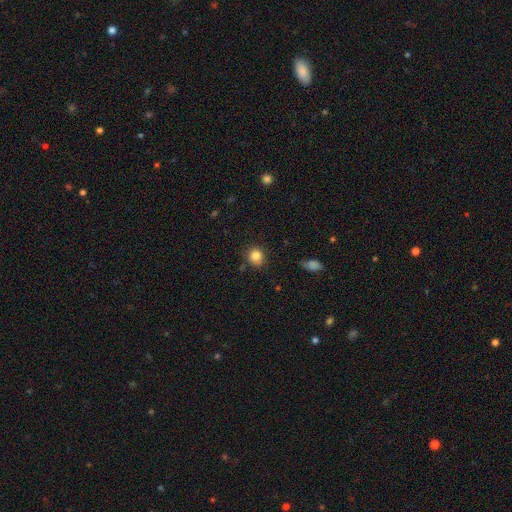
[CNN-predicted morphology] The model was most divided on "merging": none: 77%, minor disturbance: 16%, major disturbance: 4%, merger: 3%. More confident: smooth or featured — smooth (83%); how rounded — round (80%).